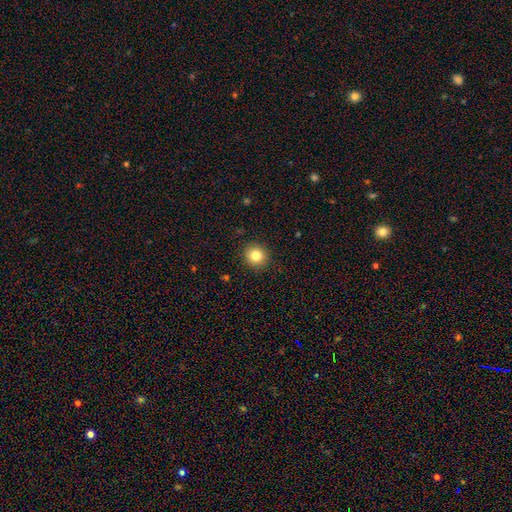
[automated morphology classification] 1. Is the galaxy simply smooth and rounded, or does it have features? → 82% smooth, 11% star or artifact, 7% featured or disk.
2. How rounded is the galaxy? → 91% round, 8% in between, 1% cigar-shaped.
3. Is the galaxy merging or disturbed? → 92% none, 6% minor disturbance, 2% major disturbance, 1% merger.